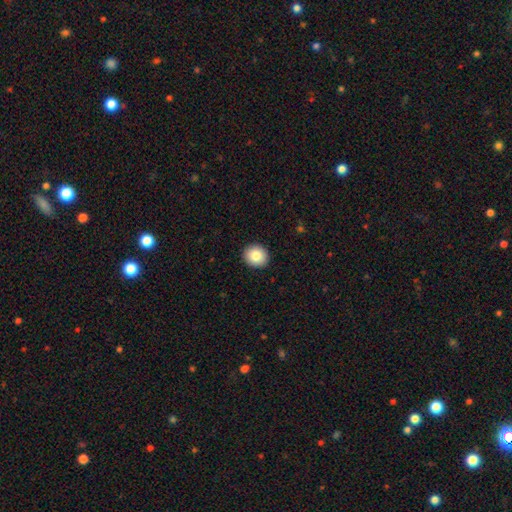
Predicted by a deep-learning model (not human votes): Smooth or featured: smooth — 83% (star or artifact — 9%)
How rounded: round — 83% (in between — 16%)
Merging: none — 92% (minor disturbance — 6%)